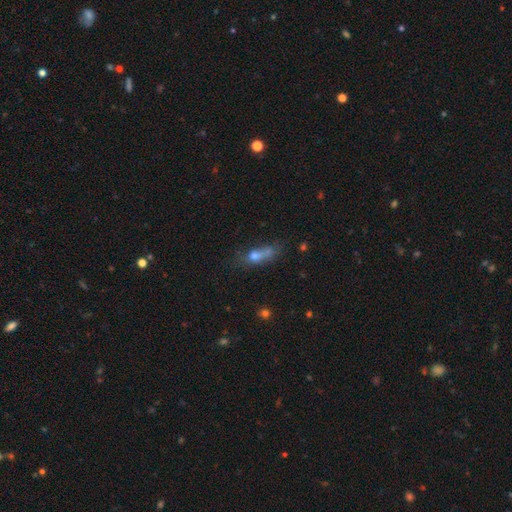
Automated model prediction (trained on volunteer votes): This appears to be a smooth galaxy with no disk features (59%) that is in between round and cigar-shaped (51%). Merging: merger (33%).